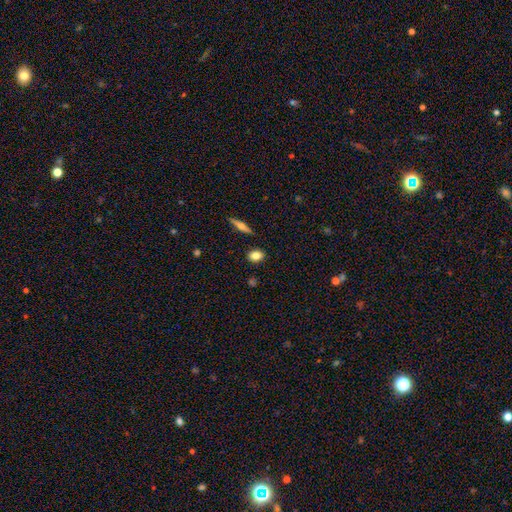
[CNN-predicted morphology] smooth_or_featured: smooth (p=0.82) [alt: featured or disk p=0.10]
how_rounded: in between (p=0.57) [alt: round p=0.39]
merging: none (p=0.87) [alt: minor disturbance p=0.09]